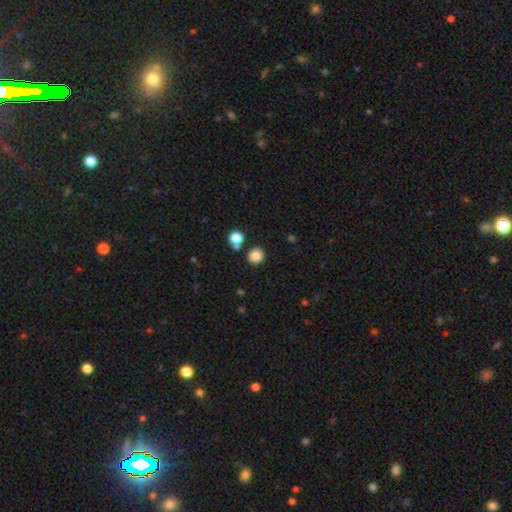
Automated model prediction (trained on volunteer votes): Smooth or featured? smooth (83%)
How rounded? round (88%)
Merging? none (84%)